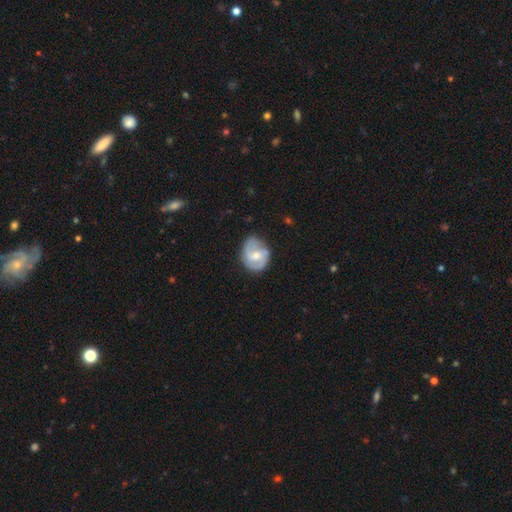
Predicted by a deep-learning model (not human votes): Morphology: type=featured or disk (68%); edge-on=no (97%); bar=weak (47%); spiral arms=yes (89%); winding=medium (49%); arm count=2 (77%); bulge=moderate (56%); merging=none (65%).